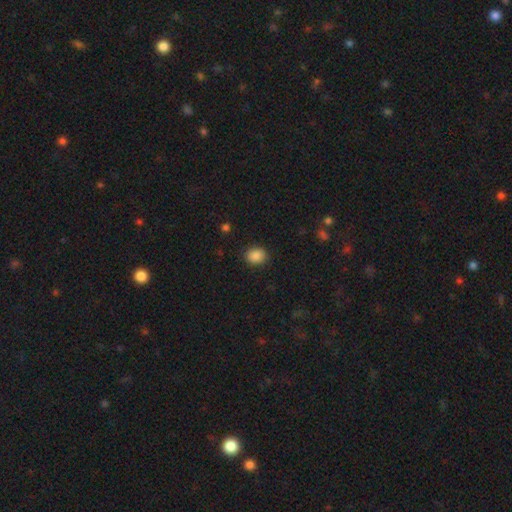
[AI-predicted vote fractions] Morphology: type=smooth (88%); roundness=round (51%); merging=none (89%).